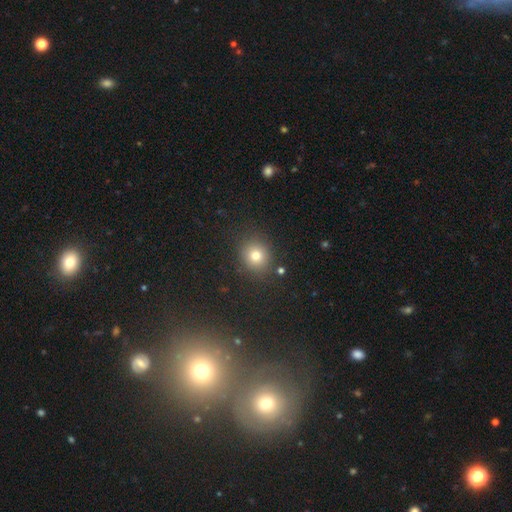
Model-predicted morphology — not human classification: Q: Smooth or featured?
A: smooth (77%); runner-up: star or artifact (16%)
Q: How rounded?
A: round (83%); runner-up: in between (16%)
Q: Merging?
A: none (86%); runner-up: minor disturbance (8%)